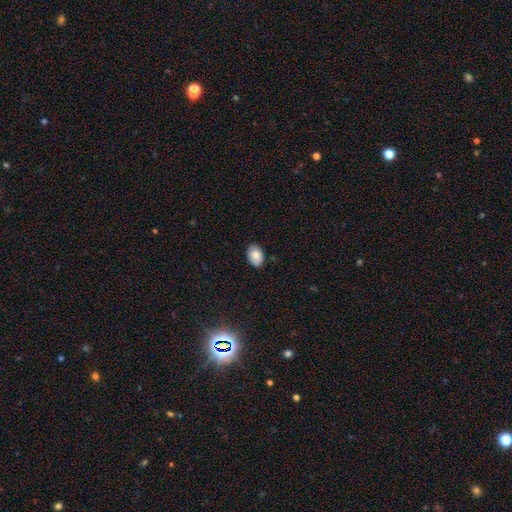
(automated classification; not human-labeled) Smooth or featured?
  - smooth: 83% *
  - featured or disk: 9%
  - star or artifact: 8%
How rounded?
  - in between: 86% *
  - round: 13%
  - cigar-shaped: 1%
Merging?
  - none: 85% *
  - minor disturbance: 12%
  - major disturbance: 2%
  - merger: 1%